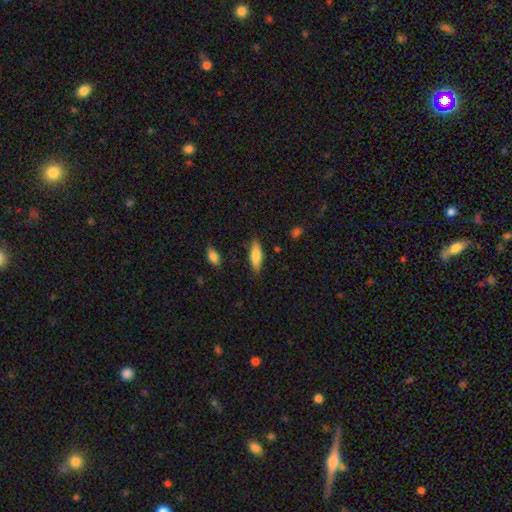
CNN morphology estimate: smooth-or-featured: smooth: 79% | featured or disk: 15% | star or artifact: 6%
  how-rounded: in between: 57% | cigar-shaped: 41% | round: 2%
  merging: none: 82% | minor disturbance: 14% | major disturbance: 3% | merger: 2%